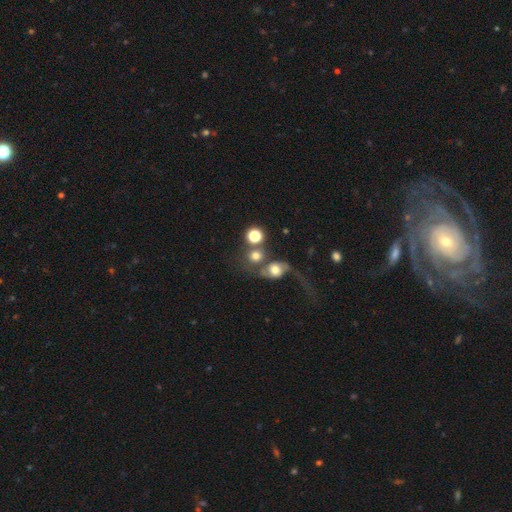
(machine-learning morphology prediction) A smooth galaxy with no disk features (66%) that is round (79%). Merging: merger (41%).